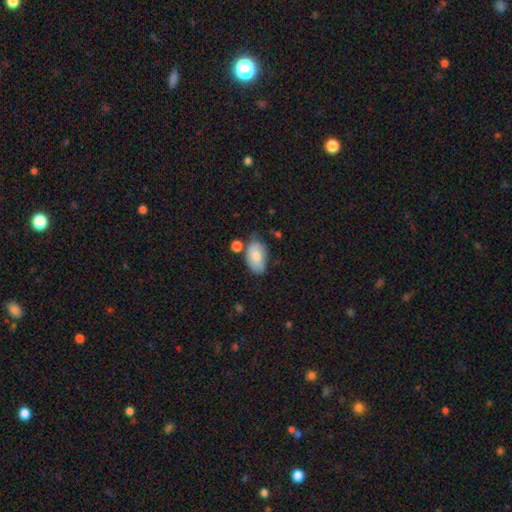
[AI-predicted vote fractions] The model was most divided on "merging": none: 58%, minor disturbance: 27%, merger: 9%, major disturbance: 6%. More confident: how rounded — in between (93%); smooth or featured — smooth (80%).